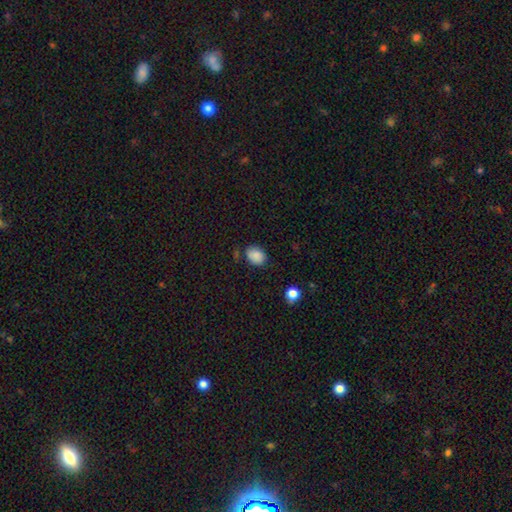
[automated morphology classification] Overall: smooth (86%). How rounded: in between (60%; round 39%). Merging: none (73%).